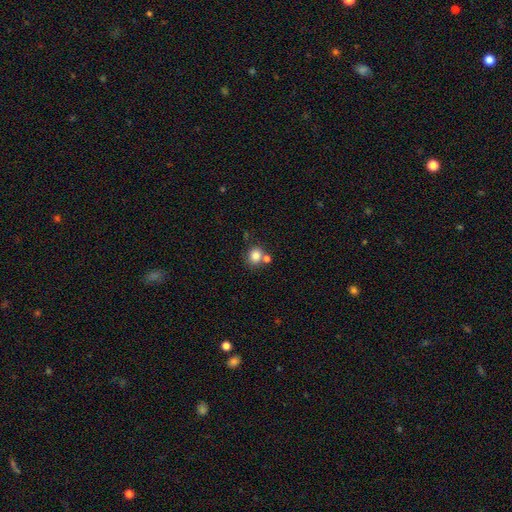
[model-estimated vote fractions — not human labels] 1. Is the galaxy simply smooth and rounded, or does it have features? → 82% smooth, 11% star or artifact, 7% featured or disk.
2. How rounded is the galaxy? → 80% round, 19% in between, 1% cigar-shaped.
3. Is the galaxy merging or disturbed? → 60% none, 26% merger, 10% minor disturbance, 4% major disturbance.